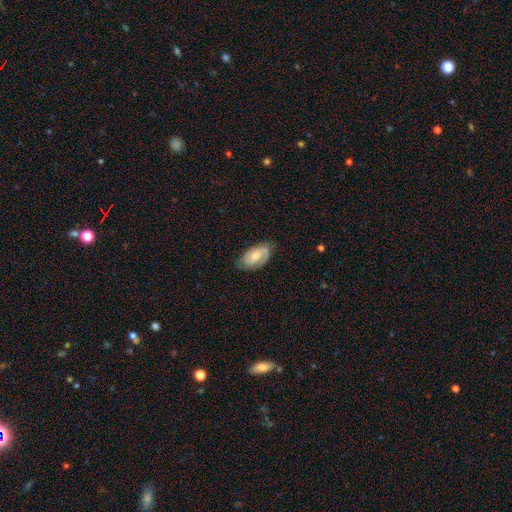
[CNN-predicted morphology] smooth_or_featured: featured or disk (p=0.51) [alt: smooth p=0.43]
disk_edge_on: no (p=0.94) [alt: yes p=0.06]
merging: none (p=0.70) [alt: minor disturbance p=0.22]